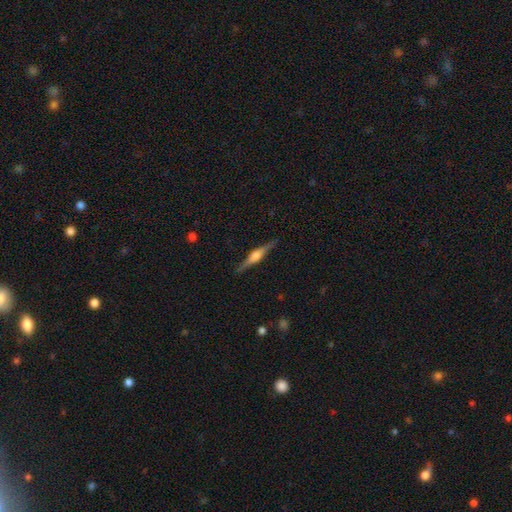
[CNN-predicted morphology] The model was most divided on "edge-on bulge": rounded: 80%, boxy: 16%, none: 3%. More confident: edge-on disk — yes (98%); merging — none (90%); smooth or featured — featured or disk (79%).